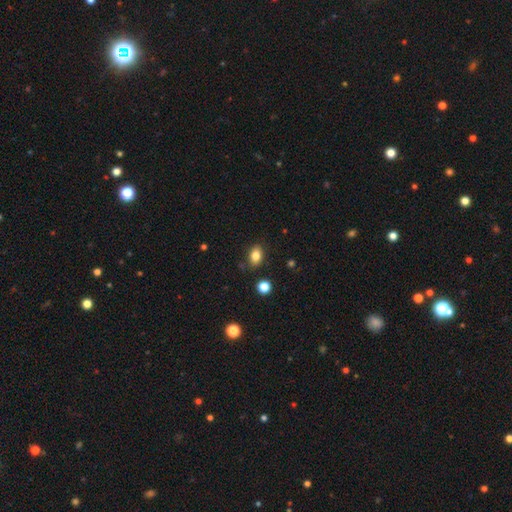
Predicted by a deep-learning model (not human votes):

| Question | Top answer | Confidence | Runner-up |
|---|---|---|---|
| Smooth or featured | smooth | 83% | star or artifact (10%) |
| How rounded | in between | 81% | round (18%) |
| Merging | none | 84% | minor disturbance (11%) |